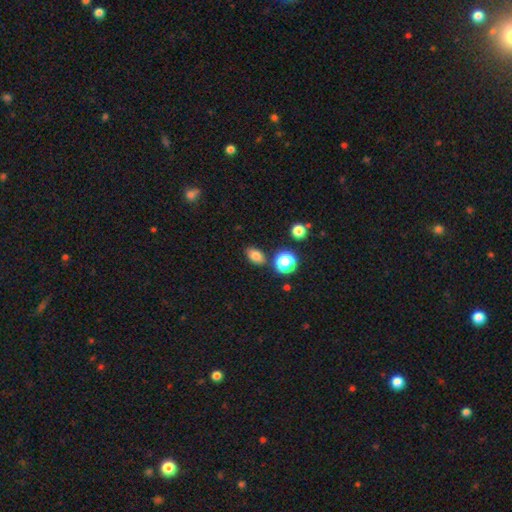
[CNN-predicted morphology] smooth 79%, star or artifact 14%, featured or disk 7%. Down the decision tree: how rounded — in between (77%); merging — none (81%).